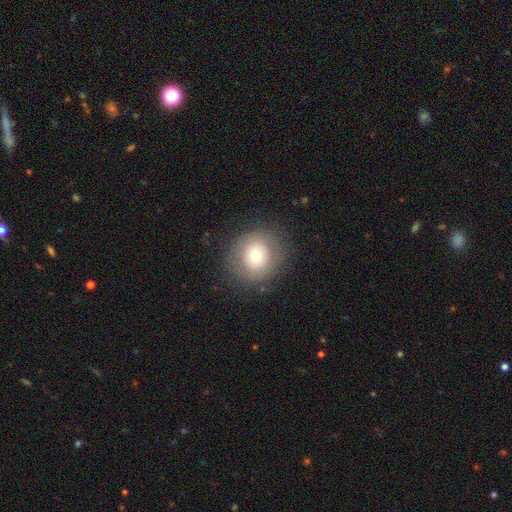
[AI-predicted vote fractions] Smooth or featured: smooth — 69% (featured or disk — 20%)
How rounded: round — 92% (in between — 7%)
Merging: none — 84% (minor disturbance — 10%)